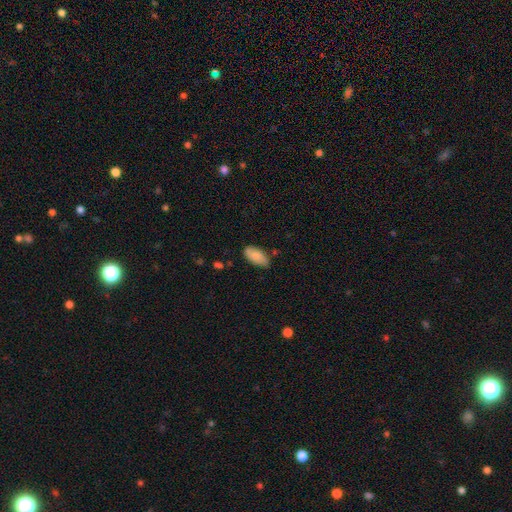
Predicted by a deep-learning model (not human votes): Smooth or featured? smooth (82%)
How rounded? in between (92%)
Merging? none (74%)